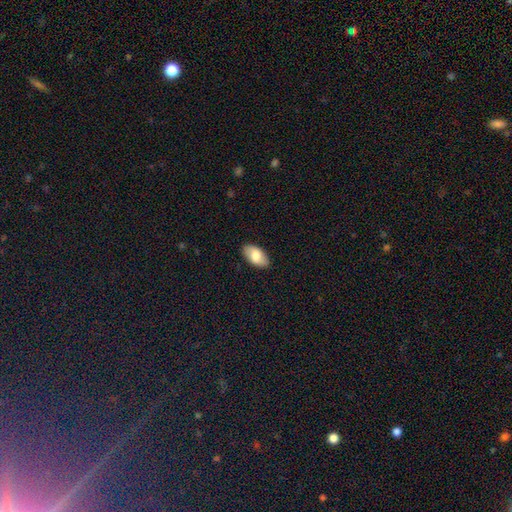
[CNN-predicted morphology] smooth 78%, featured or disk 16%, star or artifact 6%. Down the decision tree: how rounded — in between (95%); merging — none (88%).